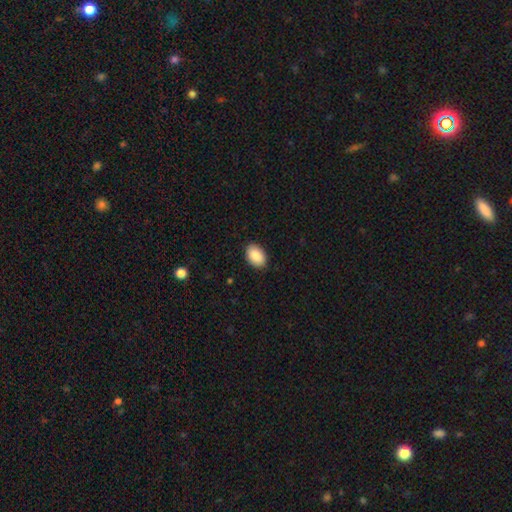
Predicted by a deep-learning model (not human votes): Smooth or featured: smooth — 90% (star or artifact — 6%)
How rounded: in between — 89% (round — 10%)
Merging: none — 89% (minor disturbance — 8%)